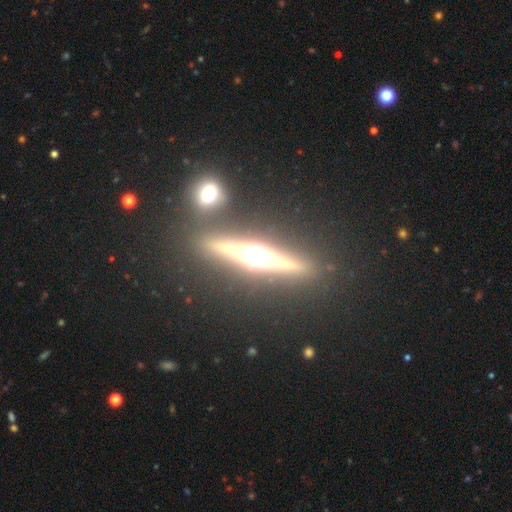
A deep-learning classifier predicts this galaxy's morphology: Smooth or featured: featured or disk — 79% (star or artifact — 10%)
Edge-on disk: yes — 96% (no — 4%)
Edge-on bulge: rounded — 84% (boxy — 12%)
Merging: none — 80% (merger — 9%)